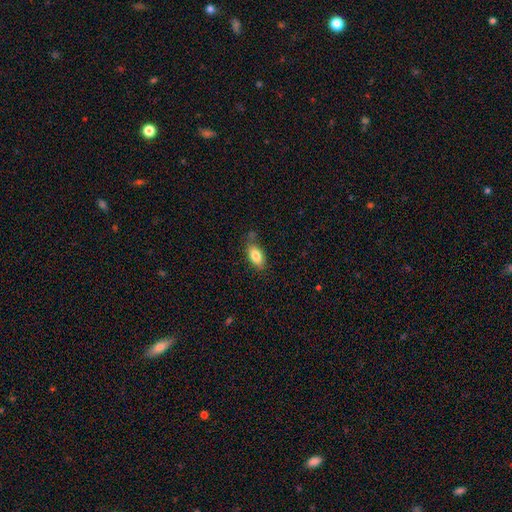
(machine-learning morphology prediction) The model was most divided on "merging": none: 73%, minor disturbance: 18%, merger: 5%, major disturbance: 4%. More confident: how rounded — in between (90%); smooth or featured — smooth (83%).